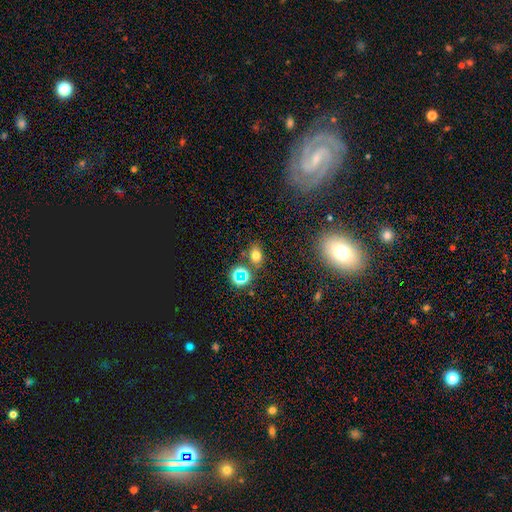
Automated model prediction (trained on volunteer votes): A smooth galaxy with no disk features (69%) that is in between round and cigar-shaped (63%).

Vote fractions:
- Smooth or featured? smooth: 69% / star or artifact: 22% / featured or disk: 9%
- How rounded? in between: 63% / round: 36% / cigar-shaped: 2%
- Merging? none: 76% / minor disturbance: 11% / merger: 10% / major disturbance: 4%